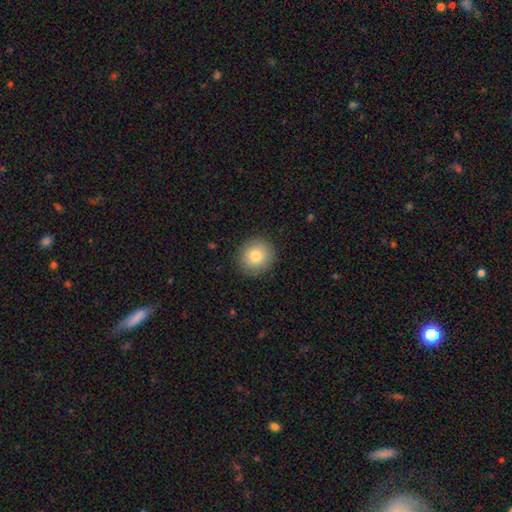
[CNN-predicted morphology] smooth-or-featured: smooth: 81% | featured or disk: 10% | star or artifact: 9%
  how-rounded: round: 90% | in between: 9% | cigar-shaped: 1%
  merging: none: 90% | minor disturbance: 7% | major disturbance: 2% | merger: 1%